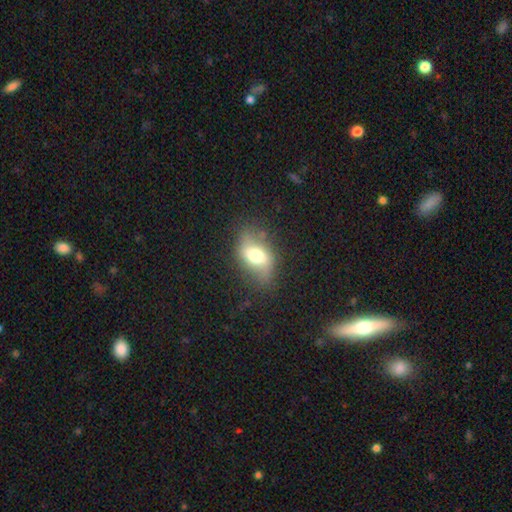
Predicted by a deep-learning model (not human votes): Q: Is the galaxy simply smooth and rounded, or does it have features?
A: smooth — 51%.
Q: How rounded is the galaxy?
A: in between — 78%.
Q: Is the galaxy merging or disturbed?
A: none — 65%.